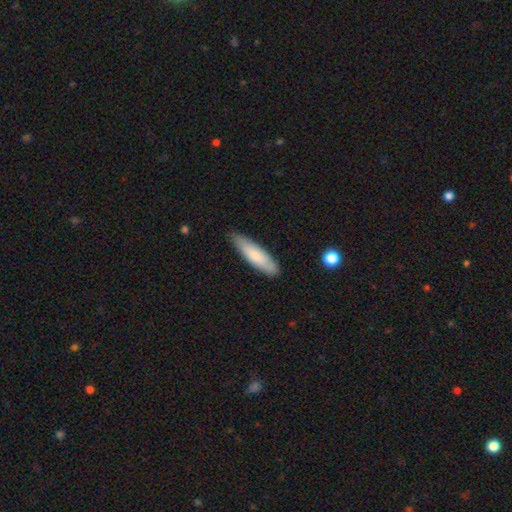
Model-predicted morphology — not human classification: A smooth galaxy with no disk features (80%) that is cigar-shaped (68%).

Vote fractions:
- Smooth or featured? smooth: 80% / featured or disk: 15% / star or artifact: 5%
- How rounded? cigar-shaped: 68% / in between: 31% / round: 1%
- Merging? none: 81% / minor disturbance: 15% / major disturbance: 2% / merger: 1%